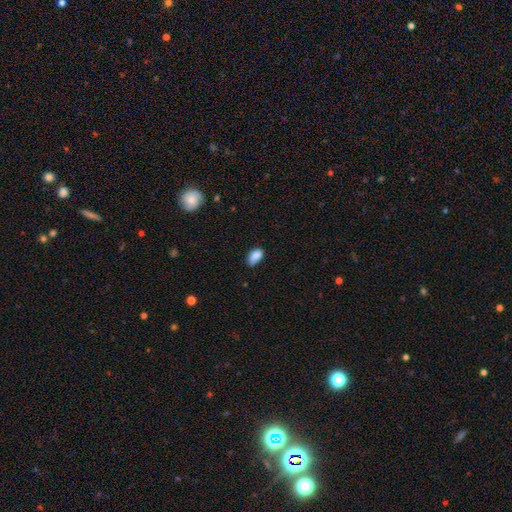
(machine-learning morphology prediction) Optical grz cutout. It shows a smooth galaxy with no disk features (83%) that is in between round and cigar-shaped (90%). Merging: none (52%).